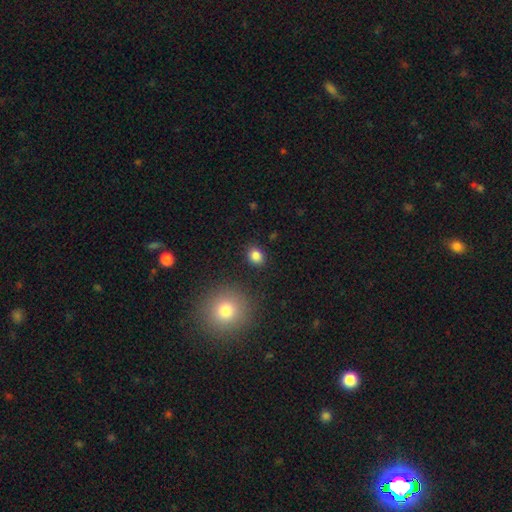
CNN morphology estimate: smooth_or_featured: smooth (p=0.84) [alt: star or artifact p=0.11]
how_rounded: round (p=0.58) [alt: in between p=0.41]
merging: none (p=0.87) [alt: minor disturbance p=0.08]